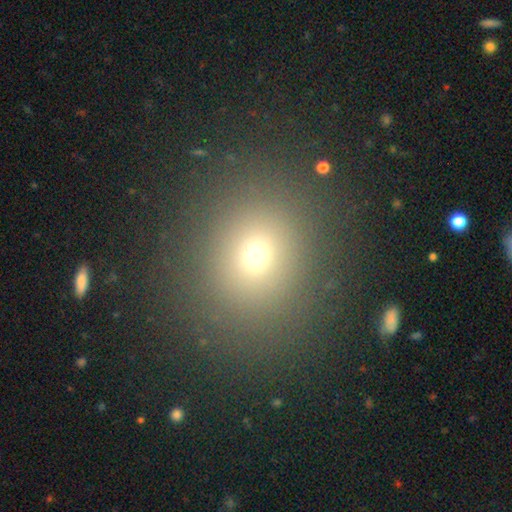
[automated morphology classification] Smooth or featured? smooth (67%)
How rounded? round (81%)
Merging? none (88%)